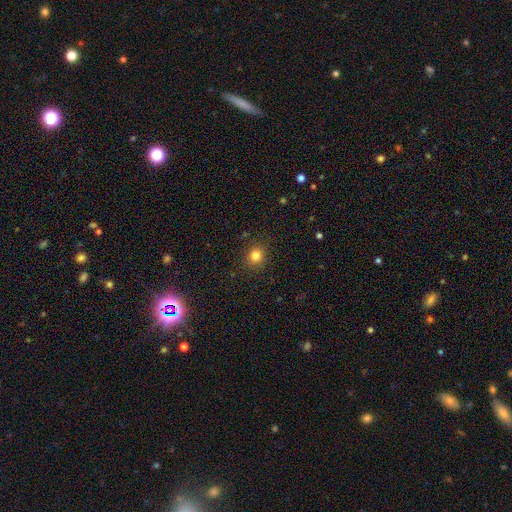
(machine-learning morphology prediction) Q: Smooth or featured?
A: smooth (81%); runner-up: star or artifact (14%)
Q: How rounded?
A: round (80%); runner-up: in between (19%)
Q: Merging?
A: none (89%); runner-up: minor disturbance (8%)